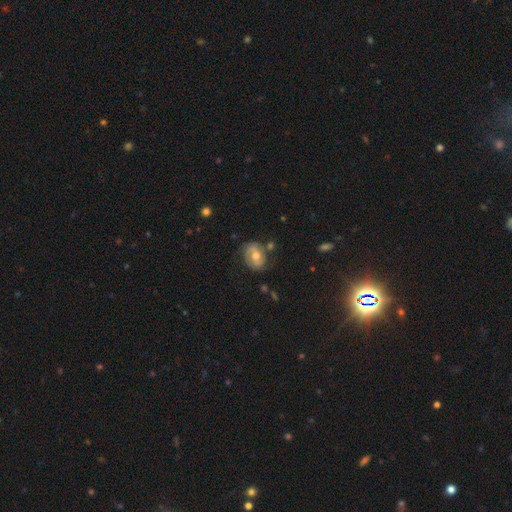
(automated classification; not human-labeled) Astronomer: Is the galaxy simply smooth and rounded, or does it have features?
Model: featured or disk — 51% (runner-up: smooth, 41%).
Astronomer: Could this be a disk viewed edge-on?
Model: no — 95%.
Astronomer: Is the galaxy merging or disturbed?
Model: none — 66%.